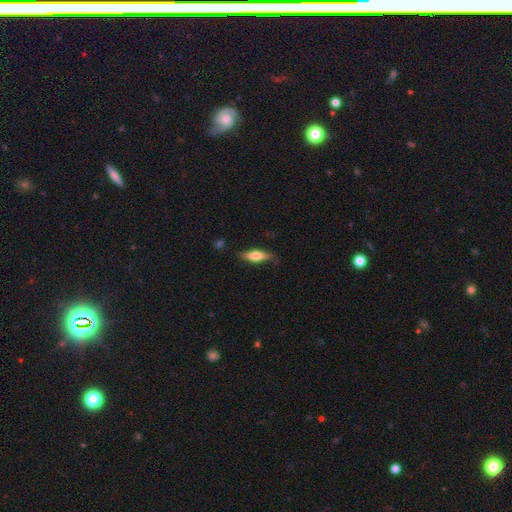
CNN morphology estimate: Smooth or featured?
  - smooth: 62% *
  - featured or disk: 32%
  - star or artifact: 6%
How rounded?
  - in between: 53% *
  - cigar-shaped: 45%
  - round: 3%
Merging?
  - none: 71% *
  - minor disturbance: 22%
  - major disturbance: 5%
  - merger: 2%